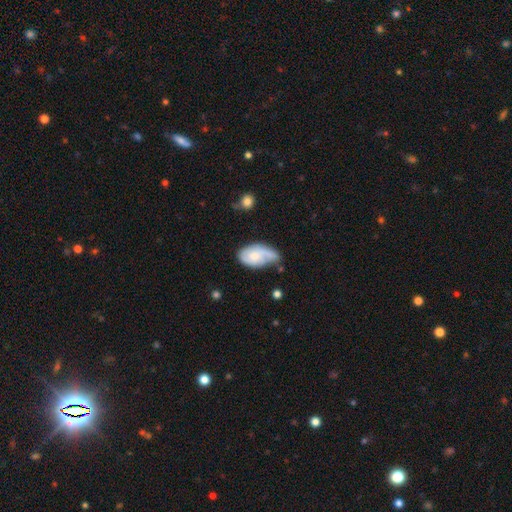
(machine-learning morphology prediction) Overall: smooth (49%; featured or disk 45%). Merging: minor disturbance (40%; none 30%).